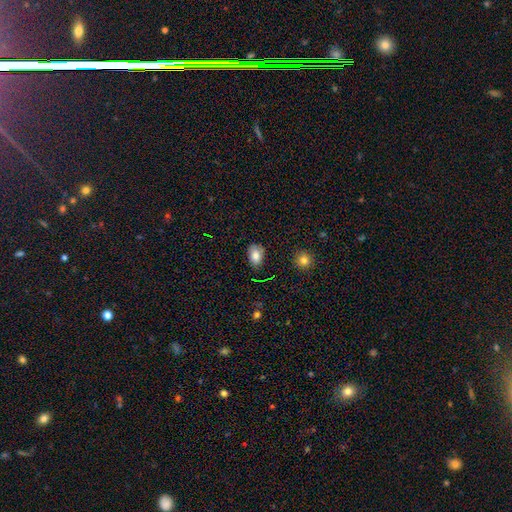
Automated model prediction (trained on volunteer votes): A smooth galaxy with no disk features (82%) that is in between round and cigar-shaped (86%). Merging: none (75%).